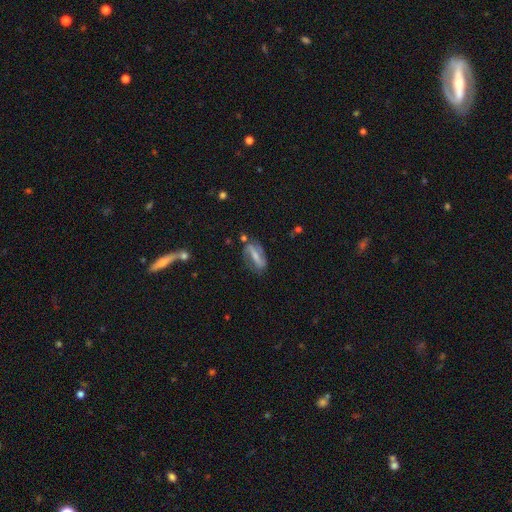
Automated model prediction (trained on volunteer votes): Smooth or featured? Predicted: featured or disk (p=0.69). Edge-on disk? Predicted: no (p=0.90). Bar? Predicted: strong (p=0.56). Spiral arms? Predicted: yes (p=0.86). Spiral winding? Predicted: medium (p=0.39). Spiral arm count? Predicted: 2 (p=0.84). Bulge size? Predicted: small (p=0.49). Merging? Predicted: none (p=0.64).